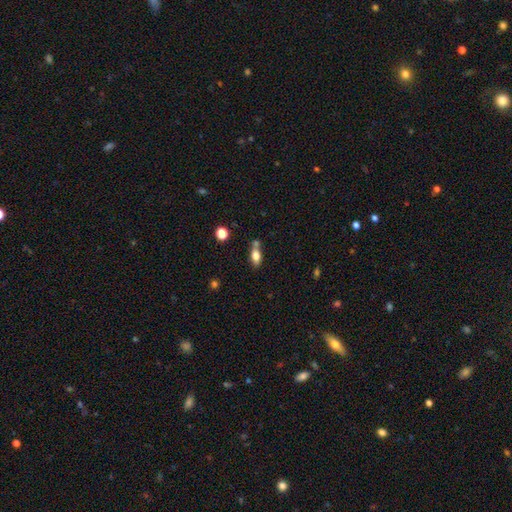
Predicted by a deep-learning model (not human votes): Q: Smooth or featured?
A: smooth (72%); runner-up: featured or disk (19%)
Q: How rounded?
A: in between (81%); runner-up: cigar-shaped (13%)
Q: Merging?
A: none (57%); runner-up: merger (23%)